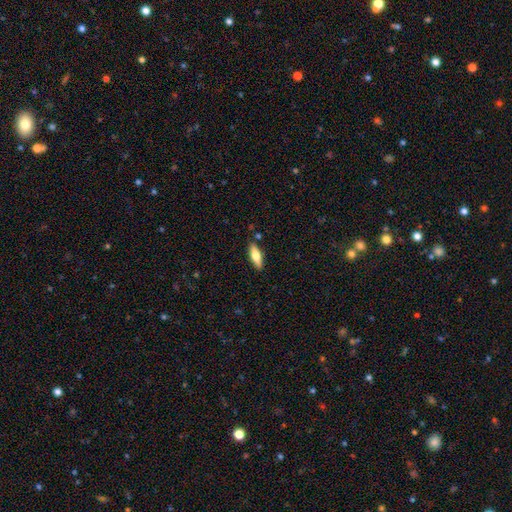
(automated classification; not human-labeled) A smooth galaxy with no disk features (63%) that is in between round and cigar-shaped (56%). Merging: none (86%).